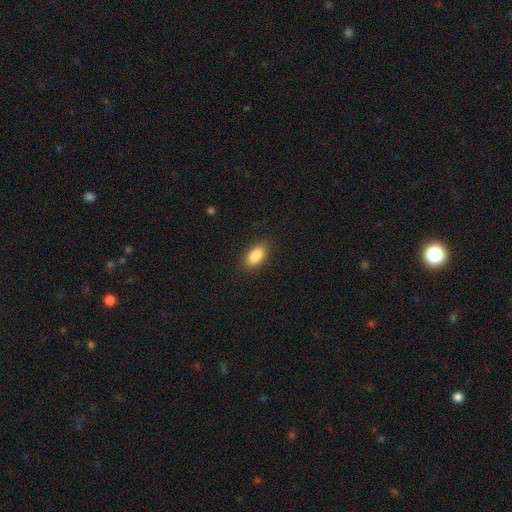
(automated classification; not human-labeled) Smooth or featured? Predicted: smooth (p=0.86). How rounded? Predicted: in between (p=0.87). Merging? Predicted: none (p=0.87).